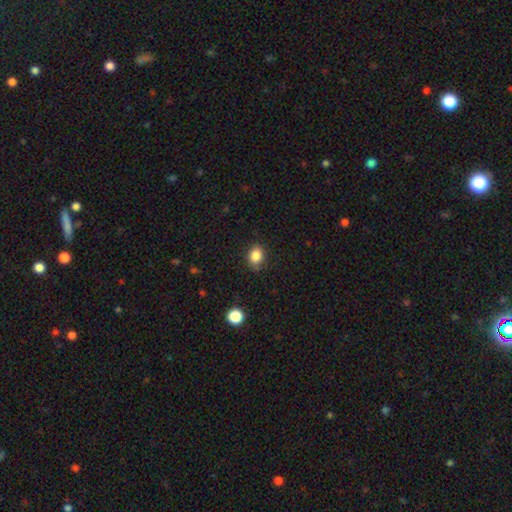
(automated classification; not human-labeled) This is clearly a smooth galaxy (85%). How rounded: possibly in between (58%). Merging: likely none (80%).